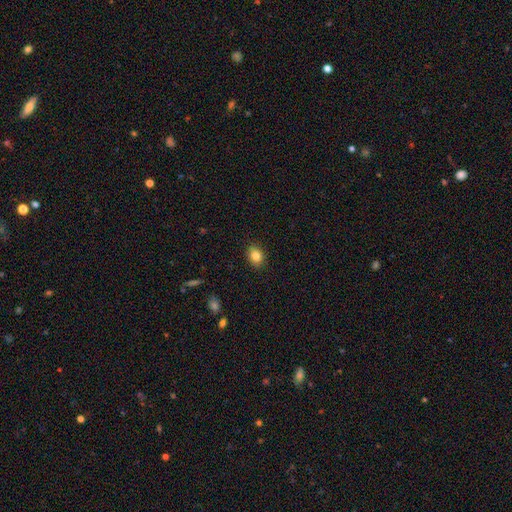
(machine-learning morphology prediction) Smooth or featured?
  - smooth: 84% *
  - star or artifact: 10%
  - featured or disk: 7%
How rounded?
  - in between: 62% *
  - round: 37%
  - cigar-shaped: 1%
Merging?
  - none: 89% *
  - minor disturbance: 8%
  - major disturbance: 2%
  - merger: 1%